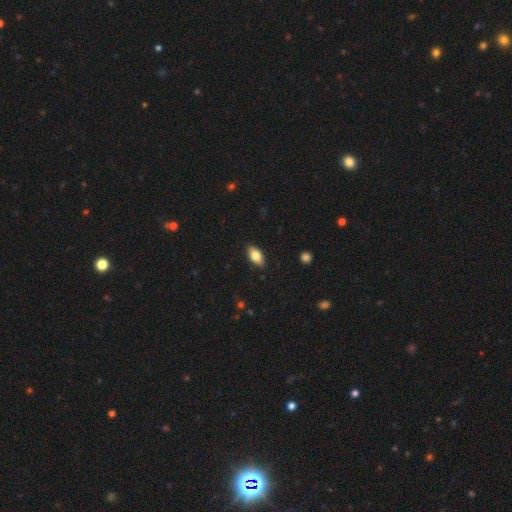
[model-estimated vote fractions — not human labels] A smooth galaxy with no disk features (77%) that is in between round and cigar-shaped (90%). Merging: none (88%).